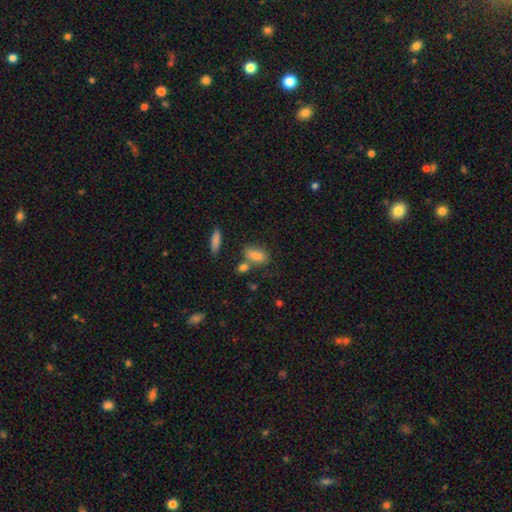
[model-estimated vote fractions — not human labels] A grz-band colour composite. It shows a smooth galaxy with no disk features (82%) that is in between round and cigar-shaped (82%). Merging: none (52%).